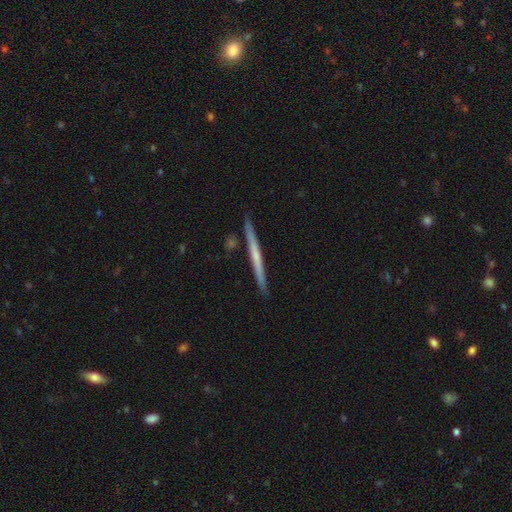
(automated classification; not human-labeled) Morphology: type=featured or disk (52%); edge-on=yes (97%); edge-on bulge=none (82%); merging=none (90%).